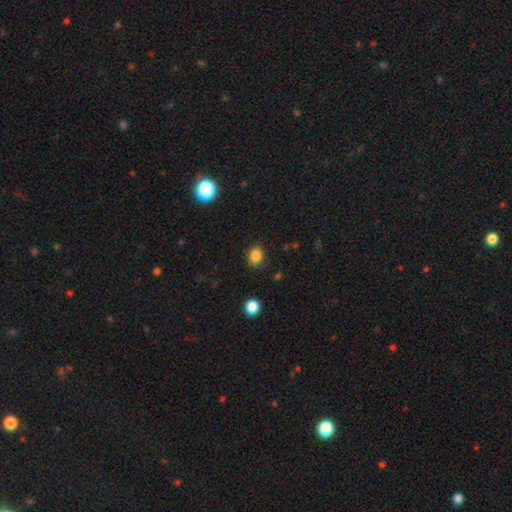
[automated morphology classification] Smooth or featured: smooth — 85% (star or artifact — 11%)
How rounded: round — 61% (in between — 38%)
Merging: none — 83% (minor disturbance — 12%)